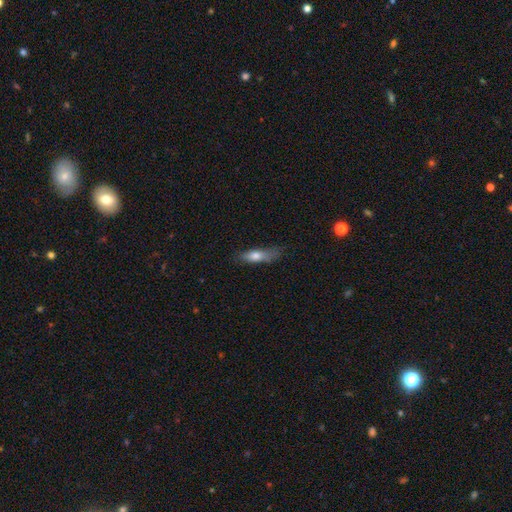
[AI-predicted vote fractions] smooth-or-featured: smooth: 69% | featured or disk: 23% | star or artifact: 7%
  how-rounded: cigar-shaped: 54% | in between: 43% | round: 3%
  merging: none: 59% | minor disturbance: 29% | major disturbance: 10% | merger: 2%